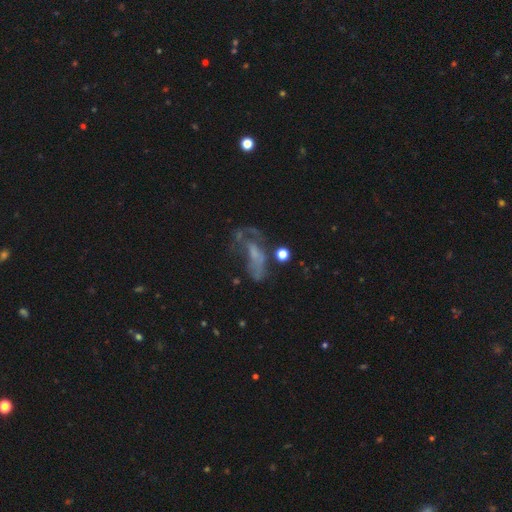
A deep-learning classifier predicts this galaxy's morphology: Q: Smooth or featured?
A: featured or disk (55%); runner-up: smooth (27%)
Q: Edge-on disk?
A: no (93%); runner-up: yes (7%)
Q: Bar?
A: no (74%); runner-up: weak (19%)
Q: Spiral arms?
A: no (63%); runner-up: yes (37%)
Q: Bulge size?
A: none (56%); runner-up: small (25%)
Q: Merging?
A: major disturbance (47%); runner-up: none (26%)